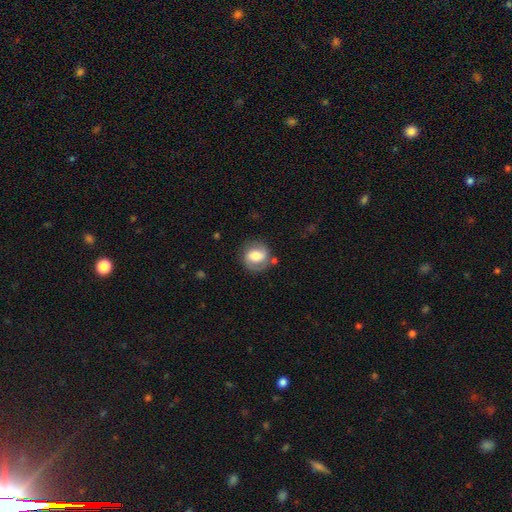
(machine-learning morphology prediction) A smooth galaxy with no disk features (50%) that is round (69%). Merging: none (71%).